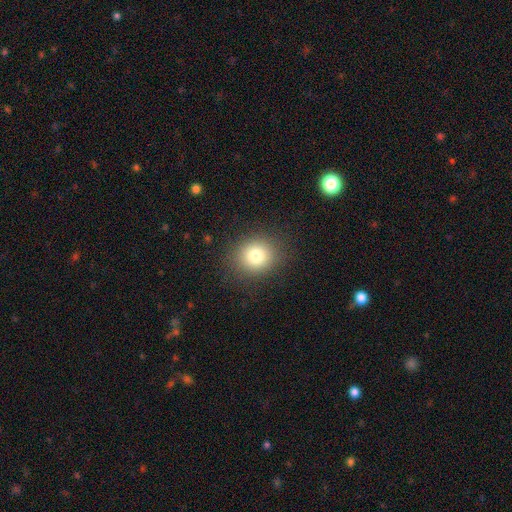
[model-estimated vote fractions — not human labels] The model was most divided on "how rounded": round: 82%, in between: 17%, cigar-shaped: 1%. More confident: merging — none (88%); smooth or featured — smooth (79%).